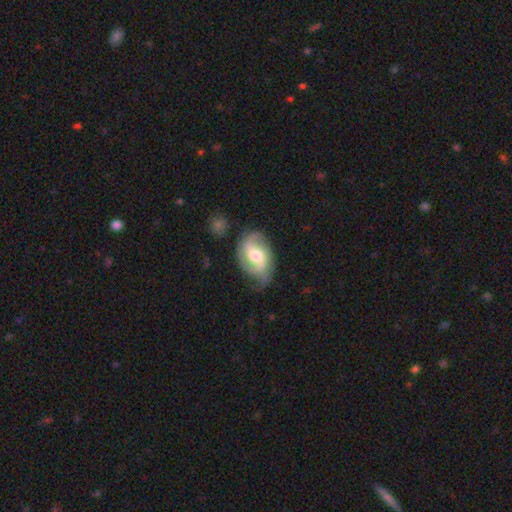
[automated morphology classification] Smooth or featured: featured or disk — 78% (smooth — 17%)
Edge-on disk: no — 97% (yes — 3%)
Bar: weak — 49% (no — 37%)
Spiral arms: yes — 94% (no — 6%)
Spiral winding: medium — 47% (loose — 31%)
Spiral arm count: 2 — 64% (3 — 16%)
Bulge size: moderate — 64% (small — 17%)
Merging: none — 61% (minor disturbance — 26%)